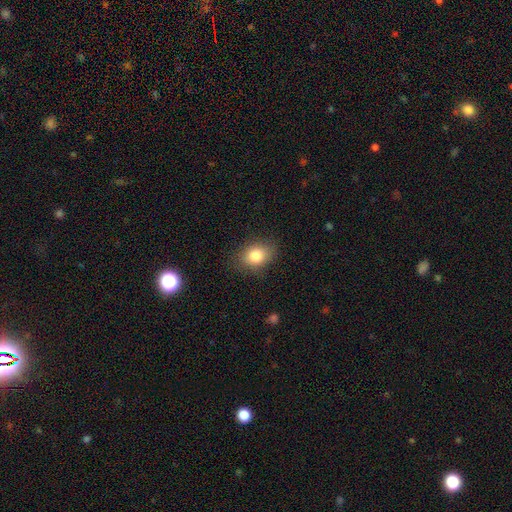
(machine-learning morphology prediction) Smooth or featured? Predicted: smooth (p=0.81). How rounded? Predicted: in between (p=0.67). Merging? Predicted: none (p=0.82).